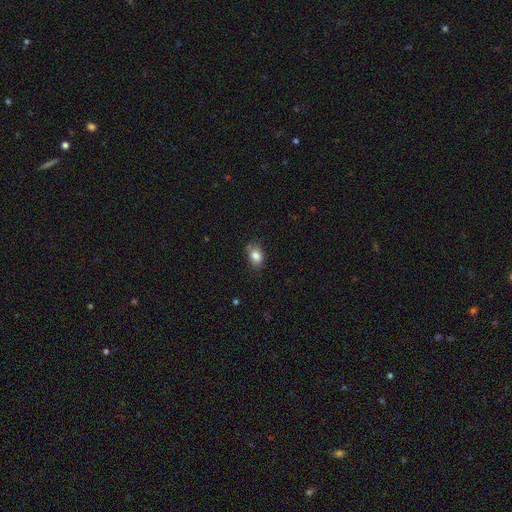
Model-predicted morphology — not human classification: smooth_or_featured: smooth (p=0.84) [alt: star or artifact p=0.09]
how_rounded: in between (p=0.73) [alt: round p=0.25]
merging: none (p=0.75) [alt: minor disturbance p=0.20]